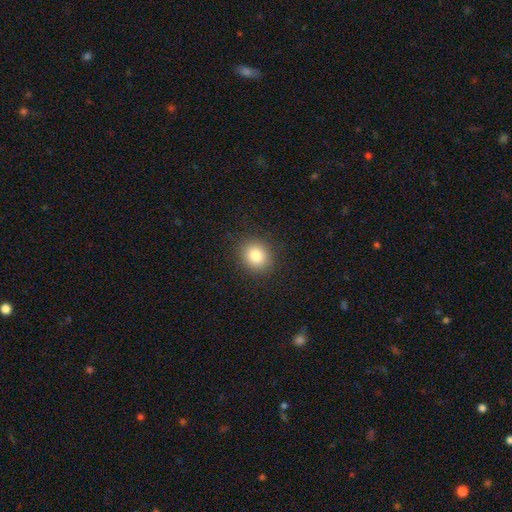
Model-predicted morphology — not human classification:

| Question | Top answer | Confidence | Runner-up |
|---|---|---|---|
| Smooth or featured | smooth | 82% | star or artifact (11%) |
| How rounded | round | 74% | in between (26%) |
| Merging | none | 89% | minor disturbance (7%) |